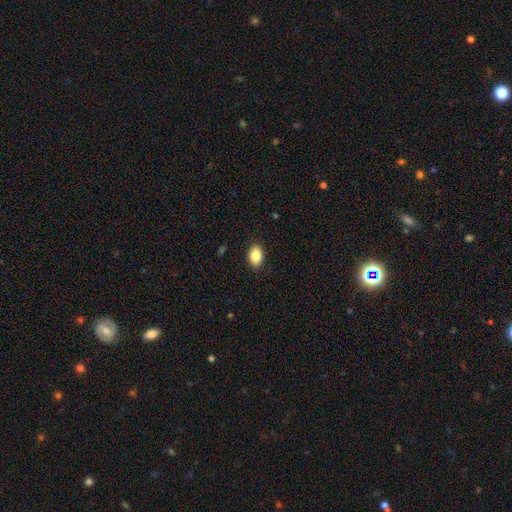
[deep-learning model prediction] Smooth or featured? smooth (85%)
How rounded? in between (87%)
Merging? none (88%)